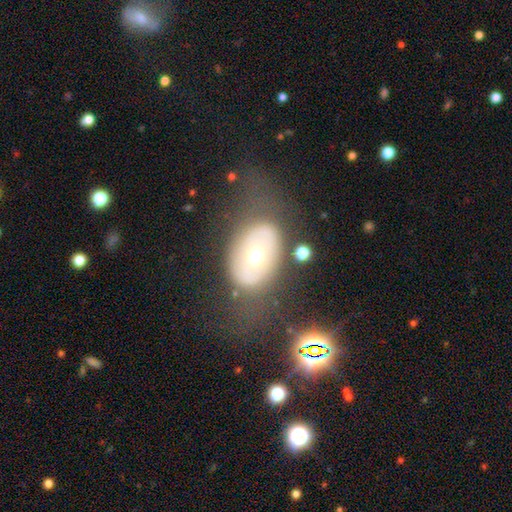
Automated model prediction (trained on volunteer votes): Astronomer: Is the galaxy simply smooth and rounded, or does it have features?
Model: smooth — 46% (runner-up: featured or disk, 44%).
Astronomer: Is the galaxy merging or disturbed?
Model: none — 60%.